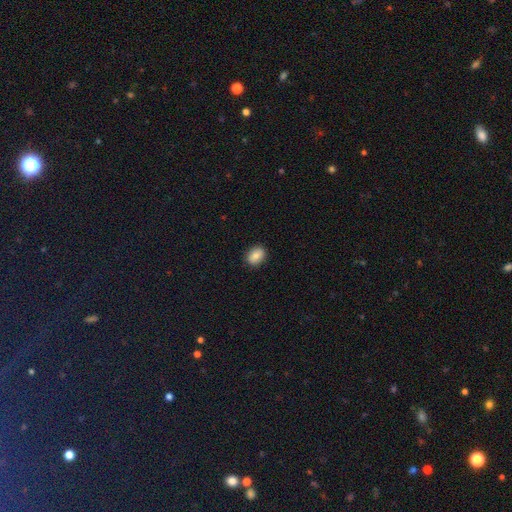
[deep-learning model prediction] A smooth galaxy with no disk features (83%) that is in between round and cigar-shaped (65%). Merging: none (88%).